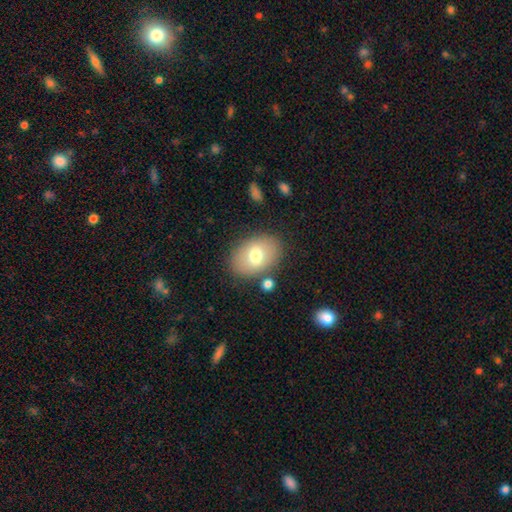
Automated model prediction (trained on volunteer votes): Overall: smooth (71%). How rounded: in between (80%). Merging: none (80%).